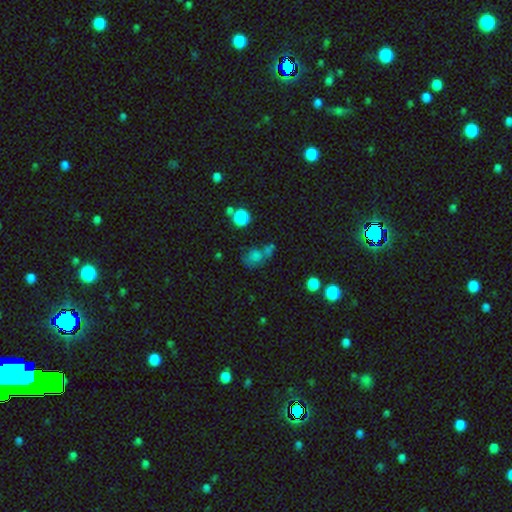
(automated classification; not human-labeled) Morphology: type=smooth (68%); roundness=round (51%); merging=none (41%).